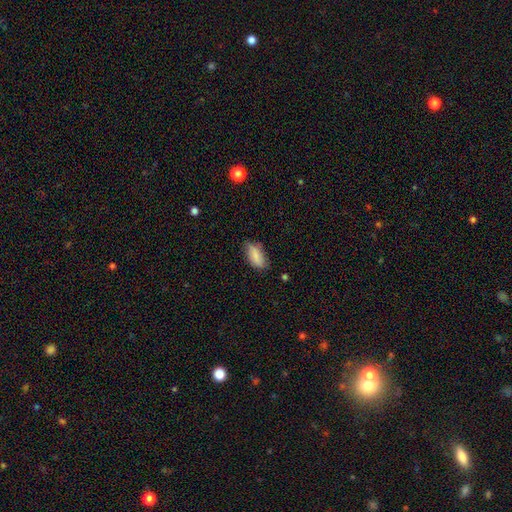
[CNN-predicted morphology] smooth-or-featured: smooth: 84% | featured or disk: 10% | star or artifact: 7%
  how-rounded: in between: 88% | cigar-shaped: 10% | round: 2%
  merging: none: 67% | minor disturbance: 27% | major disturbance: 4% | merger: 2%